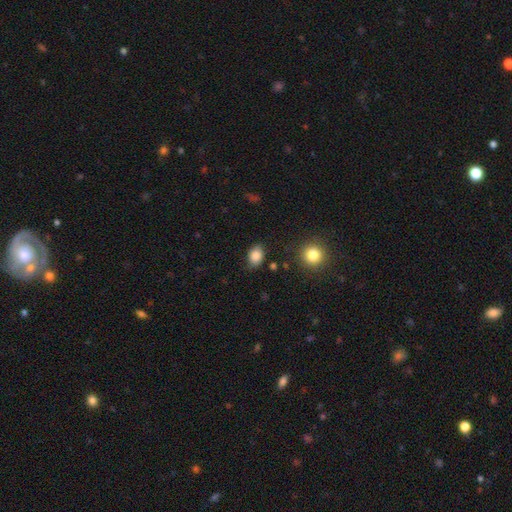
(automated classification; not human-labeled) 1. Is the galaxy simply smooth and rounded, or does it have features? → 85% smooth, 9% star or artifact, 5% featured or disk.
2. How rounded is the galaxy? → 67% in between, 31% round, 1% cigar-shaped.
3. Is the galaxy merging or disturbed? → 75% none, 18% minor disturbance, 4% major disturbance, 2% merger.